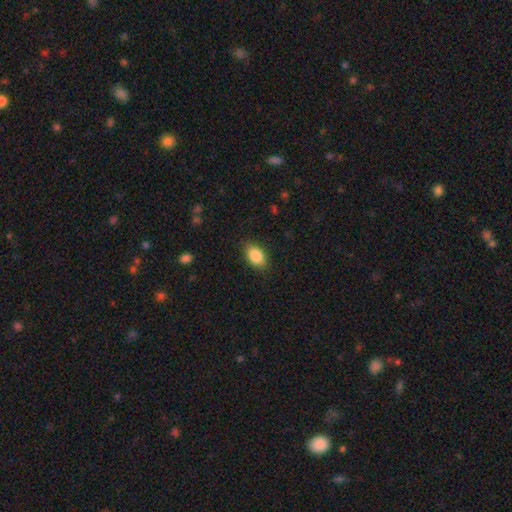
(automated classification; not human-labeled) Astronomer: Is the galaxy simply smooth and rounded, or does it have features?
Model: smooth — 87%.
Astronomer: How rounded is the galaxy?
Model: in between — 89%.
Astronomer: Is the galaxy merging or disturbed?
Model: none — 87%.